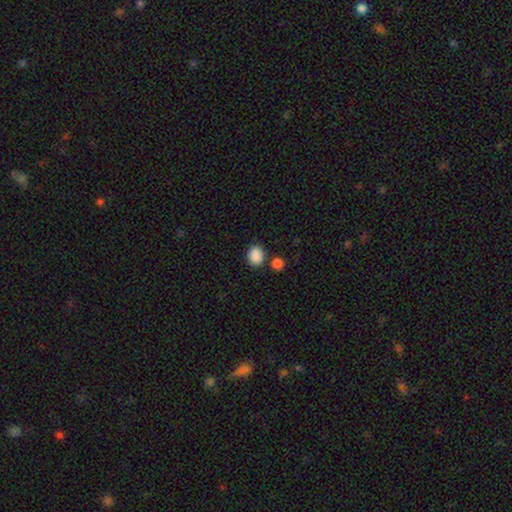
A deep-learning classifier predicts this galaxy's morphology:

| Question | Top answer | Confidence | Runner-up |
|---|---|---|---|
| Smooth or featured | smooth | 88% | star or artifact (9%) |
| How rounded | round | 51% | in between (48%) |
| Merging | none | 78% | minor disturbance (10%) |